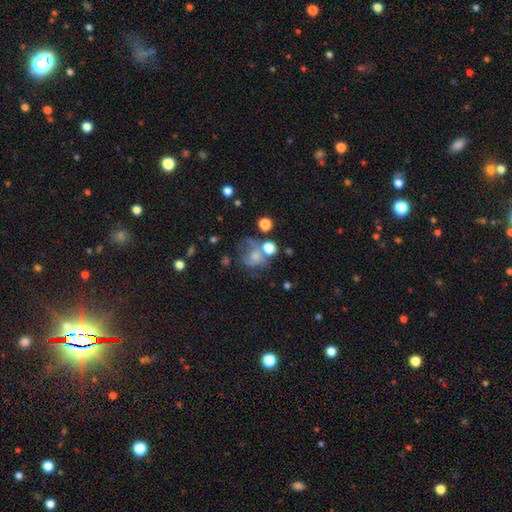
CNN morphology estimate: Q: Smooth or featured?
A: smooth (49%); runner-up: featured or disk (37%)
Q: Merging?
A: none (33%); runner-up: major disturbance (29%)